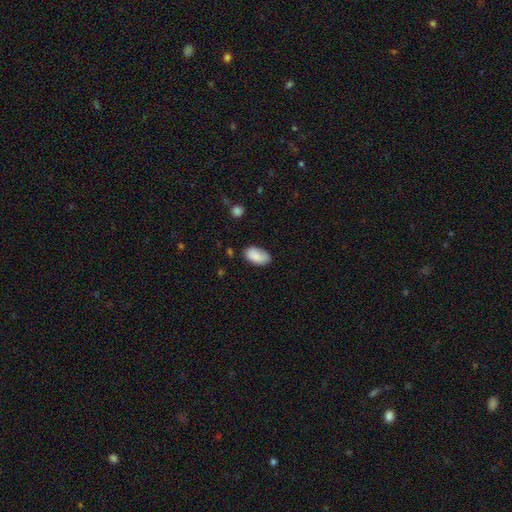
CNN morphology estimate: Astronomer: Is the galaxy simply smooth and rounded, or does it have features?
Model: smooth — 85%.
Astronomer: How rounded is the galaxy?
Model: in between — 94%.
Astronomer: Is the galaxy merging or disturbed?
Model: none — 69%.